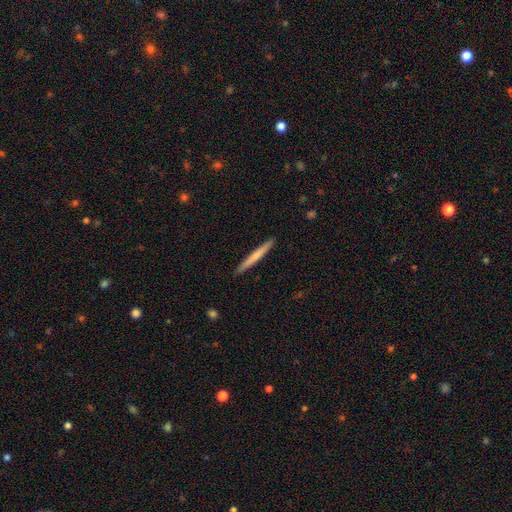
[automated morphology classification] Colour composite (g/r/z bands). It shows a smooth galaxy with no disk features (63%) that is cigar-shaped (97%). Merging: none (92%).